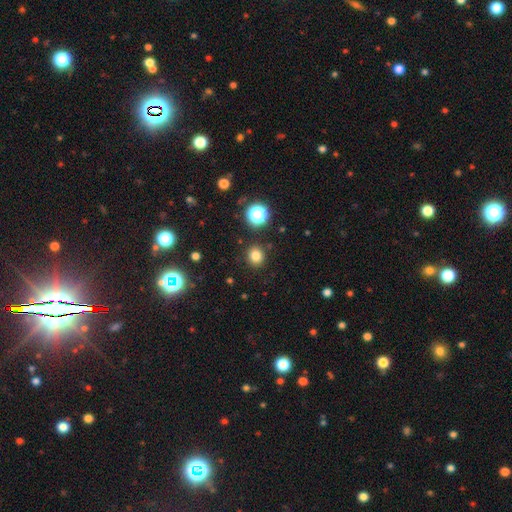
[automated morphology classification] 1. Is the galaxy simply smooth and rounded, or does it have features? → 79% smooth, 15% star or artifact, 5% featured or disk.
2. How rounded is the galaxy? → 83% round, 16% in between, 1% cigar-shaped.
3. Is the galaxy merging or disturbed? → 89% none, 7% minor disturbance, 3% major disturbance, 2% merger.